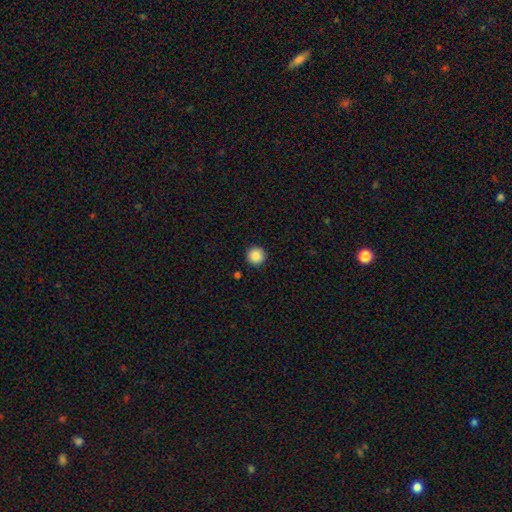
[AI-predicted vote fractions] smooth 88%, star or artifact 9%, featured or disk 3%. Down the decision tree: how rounded — round (96%); merging — none (93%).